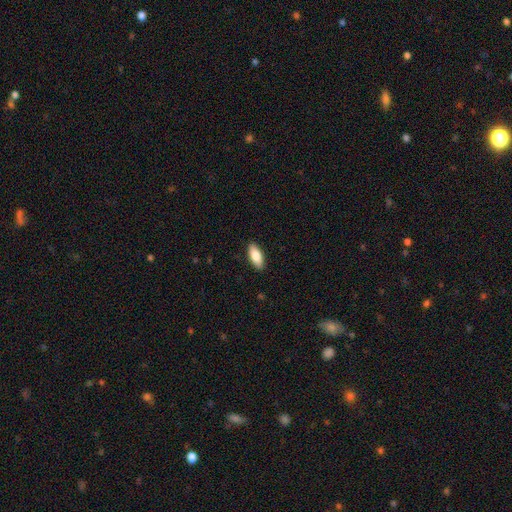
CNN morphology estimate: smooth-or-featured: smooth: 83% | featured or disk: 11% | star or artifact: 6%
  how-rounded: in between: 83% | cigar-shaped: 15% | round: 2%
  merging: none: 90% | minor disturbance: 8% | major disturbance: 2% | merger: 1%